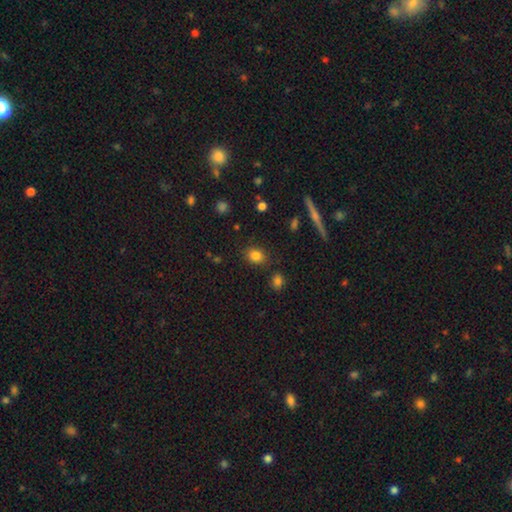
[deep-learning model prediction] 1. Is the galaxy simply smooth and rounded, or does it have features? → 83% smooth, 11% star or artifact, 6% featured or disk.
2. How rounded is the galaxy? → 54% in between, 44% round, 2% cigar-shaped.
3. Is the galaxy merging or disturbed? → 82% none, 11% minor disturbance, 4% merger, 3% major disturbance.